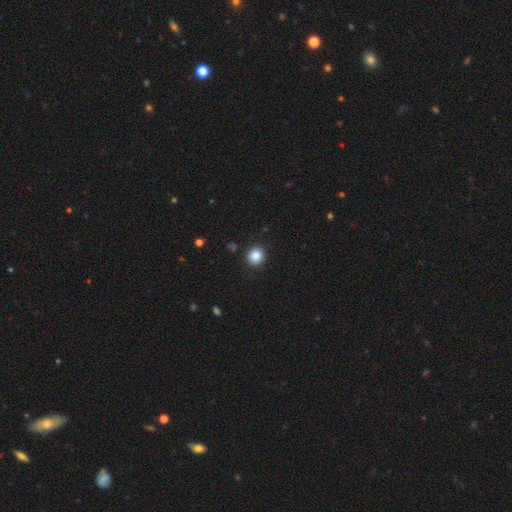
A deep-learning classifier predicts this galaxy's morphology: This appears to be a smooth galaxy with no disk features (86%) that is round (90%). Merging: none (92%).